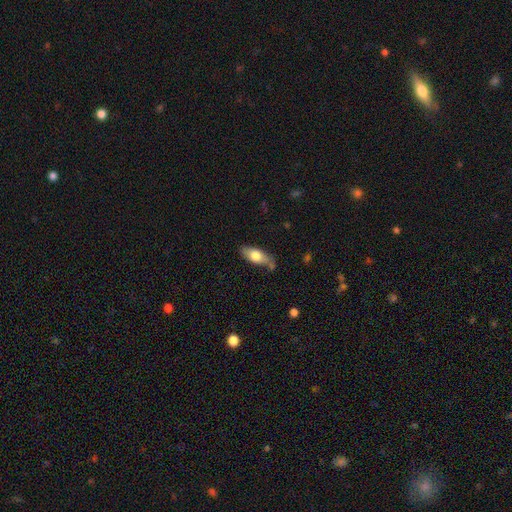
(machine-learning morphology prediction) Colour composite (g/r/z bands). It shows a smooth galaxy with no disk features (69%) that is in between round and cigar-shaped (80%). Merging: none (64%).